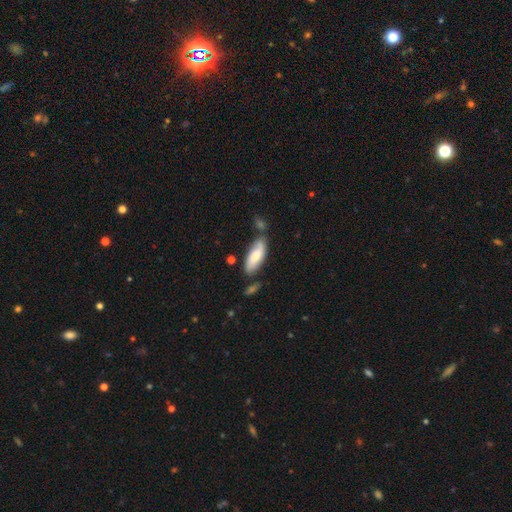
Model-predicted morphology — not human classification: Q: Smooth or featured?
A: smooth (69%); runner-up: featured or disk (25%)
Q: How rounded?
A: in between (76%); runner-up: cigar-shaped (22%)
Q: Merging?
A: none (62%); runner-up: minor disturbance (21%)